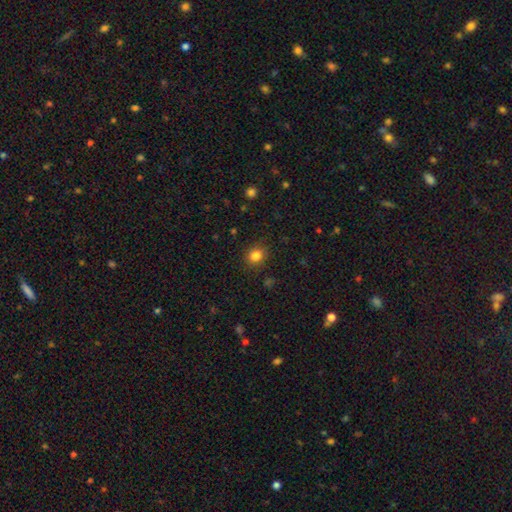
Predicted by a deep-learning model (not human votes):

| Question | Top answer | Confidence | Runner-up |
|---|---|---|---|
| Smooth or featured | smooth | 83% | star or artifact (12%) |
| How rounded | round | 71% | in between (28%) |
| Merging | none | 86% | minor disturbance (10%) |